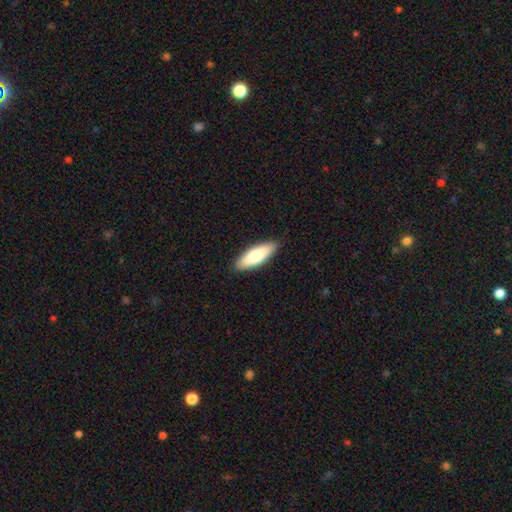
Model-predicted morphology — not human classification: Smooth or featured: smooth — 73% (featured or disk — 21%)
How rounded: in between — 59% (cigar-shaped — 39%)
Merging: none — 89% (minor disturbance — 9%)